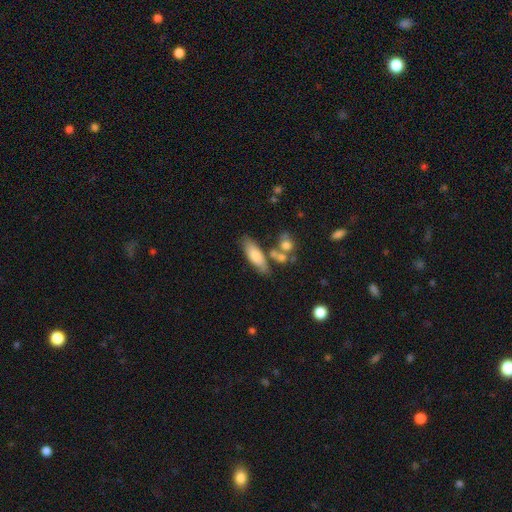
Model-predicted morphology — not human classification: Overall: smooth (75%). How rounded: in between (63%; cigar-shaped 34%). Merging: none (62%).